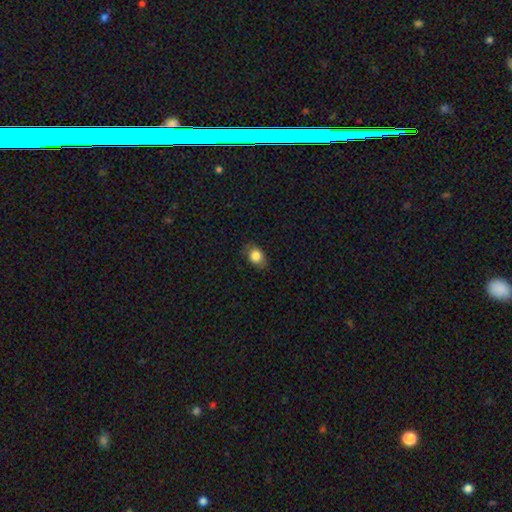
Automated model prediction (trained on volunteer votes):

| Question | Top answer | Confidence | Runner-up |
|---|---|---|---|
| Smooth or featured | smooth | 83% | star or artifact (9%) |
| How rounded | in between | 65% | round (33%) |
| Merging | none | 80% | minor disturbance (15%) |